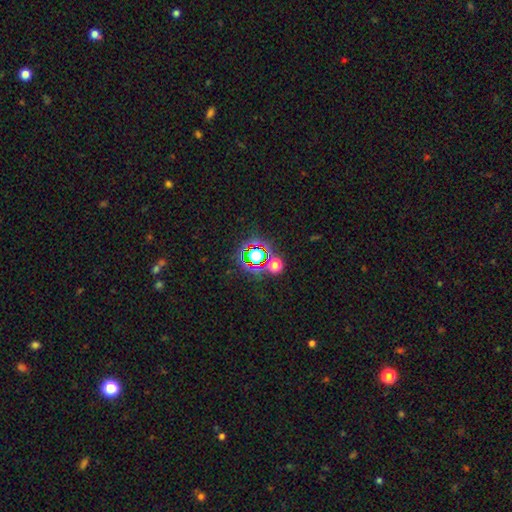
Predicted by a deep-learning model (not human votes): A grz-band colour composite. It shows a star or artifact, not a galaxy (62%).